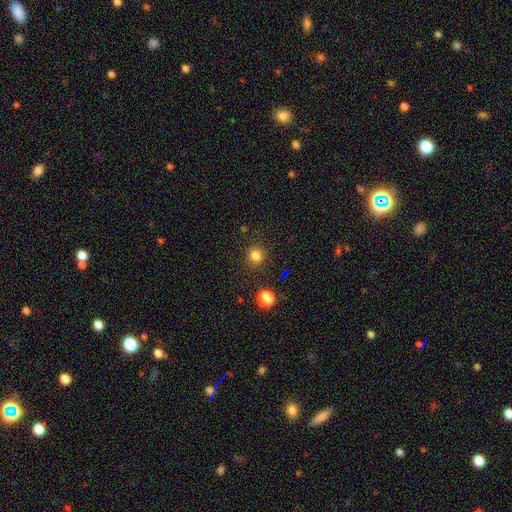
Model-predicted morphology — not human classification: Overall: smooth (81%). How rounded: round (90%). Merging: none (88%).